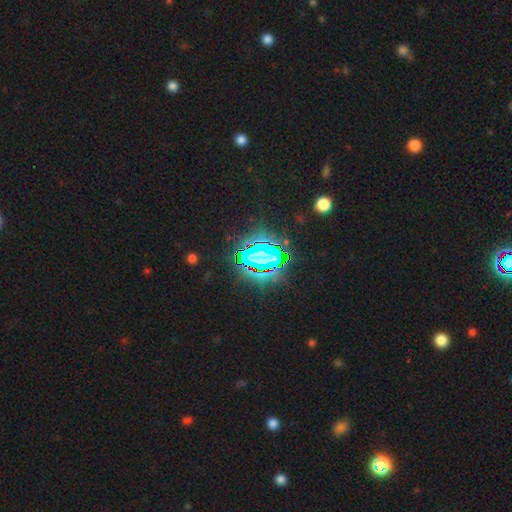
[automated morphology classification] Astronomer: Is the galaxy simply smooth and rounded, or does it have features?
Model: star or artifact — 73%.